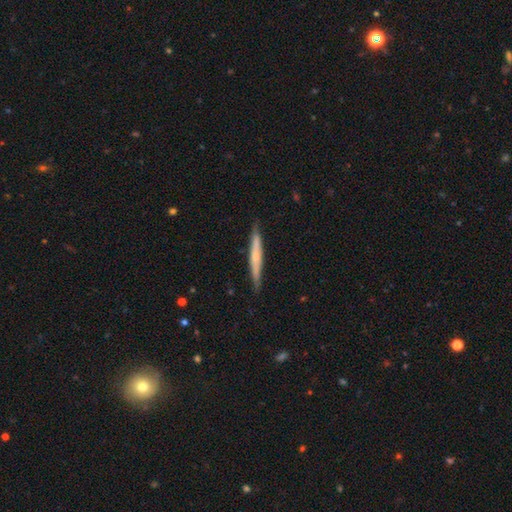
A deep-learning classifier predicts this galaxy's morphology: Smooth or featured?
  - featured or disk: 52% *
  - smooth: 42%
  - star or artifact: 6%
Edge-on disk?
  - yes: 95% *
  - no: 5%
Merging?
  - none: 87% *
  - minor disturbance: 11%
  - major disturbance: 2%
  - merger: 1%